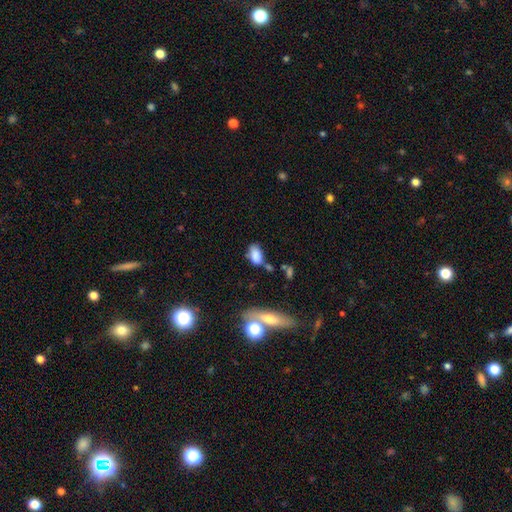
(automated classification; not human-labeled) A smooth galaxy with no disk features (82%) that is in between round and cigar-shaped (89%). Merging: none (54%).